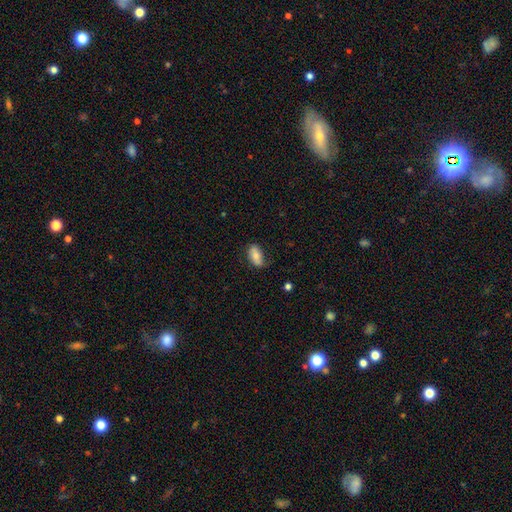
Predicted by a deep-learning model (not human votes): smooth_or_featured: smooth (p=0.71) [alt: featured or disk p=0.22]
how_rounded: in between (p=0.91) [alt: round p=0.04]
merging: none (p=0.64) [alt: minor disturbance p=0.27]